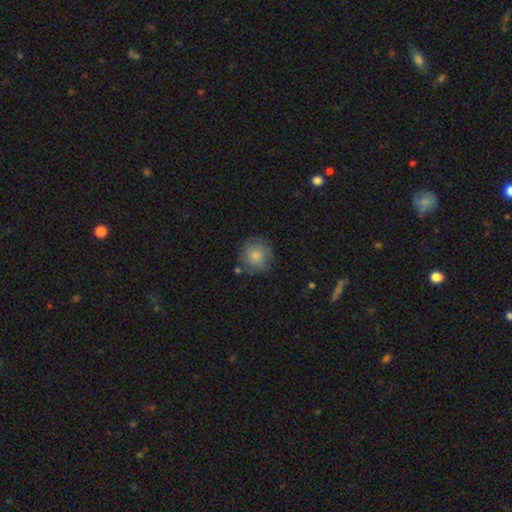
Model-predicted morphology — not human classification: Overall: smooth (78%). How rounded: round (92%). Merging: none (76%).